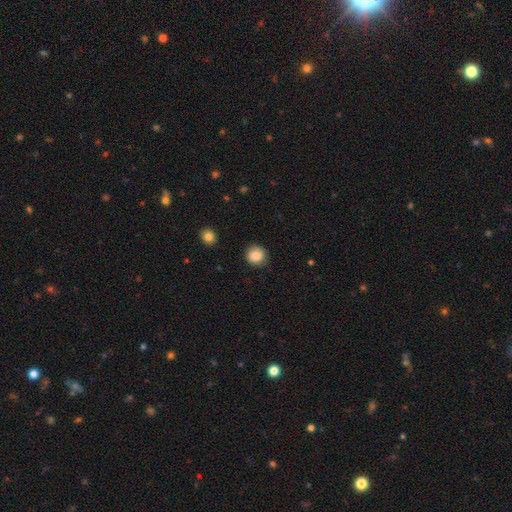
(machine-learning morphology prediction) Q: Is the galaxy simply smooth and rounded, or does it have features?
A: smooth — 88%.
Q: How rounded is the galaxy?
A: round — 91%.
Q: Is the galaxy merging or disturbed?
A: none — 86%.